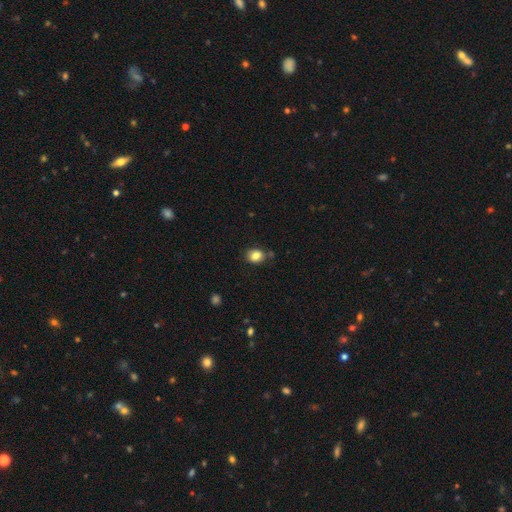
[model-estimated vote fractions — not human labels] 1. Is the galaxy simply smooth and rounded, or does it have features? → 83% smooth, 10% star or artifact, 6% featured or disk.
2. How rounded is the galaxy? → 53% round, 46% in between, 1% cigar-shaped.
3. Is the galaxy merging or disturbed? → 76% none, 16% minor disturbance, 5% merger, 3% major disturbance.